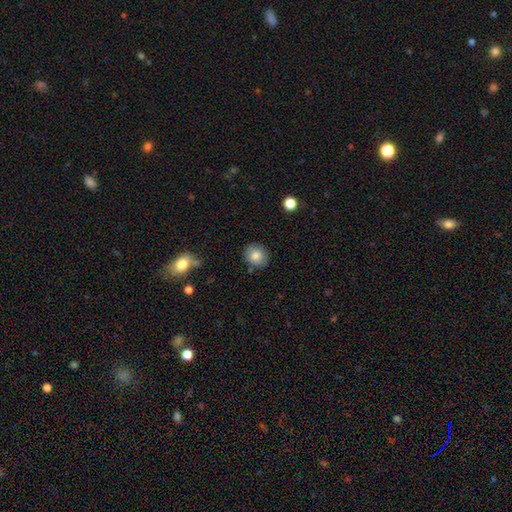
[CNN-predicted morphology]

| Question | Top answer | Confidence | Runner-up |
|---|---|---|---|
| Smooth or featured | smooth | 84% | star or artifact (9%) |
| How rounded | round | 80% | in between (19%) |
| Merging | none | 84% | minor disturbance (11%) |